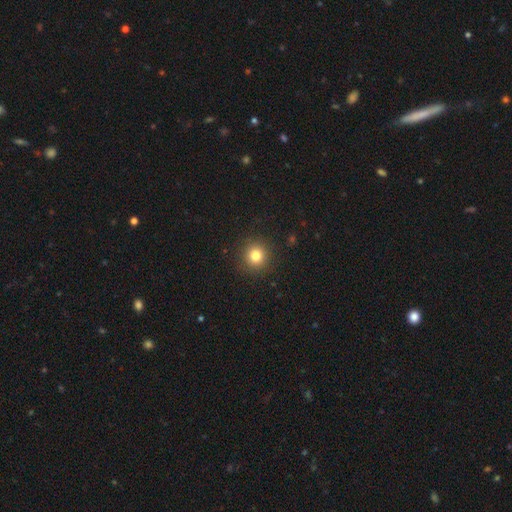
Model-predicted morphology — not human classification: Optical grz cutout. It shows a smooth galaxy with no disk features (81%) that is round (94%). Merging: none (91%).